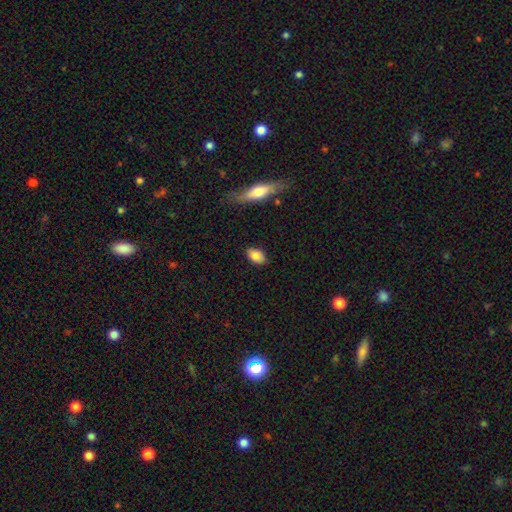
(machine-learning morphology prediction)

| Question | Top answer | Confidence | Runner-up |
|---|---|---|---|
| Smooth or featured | smooth | 85% | featured or disk (8%) |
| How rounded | in between | 89% | round (8%) |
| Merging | none | 86% | minor disturbance (10%) |